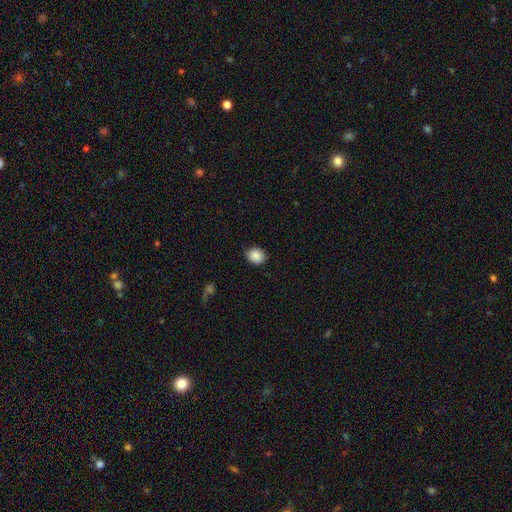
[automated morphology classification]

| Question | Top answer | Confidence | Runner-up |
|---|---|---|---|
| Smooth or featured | smooth | 88% | star or artifact (8%) |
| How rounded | round | 64% | in between (35%) |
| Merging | none | 84% | minor disturbance (12%) |